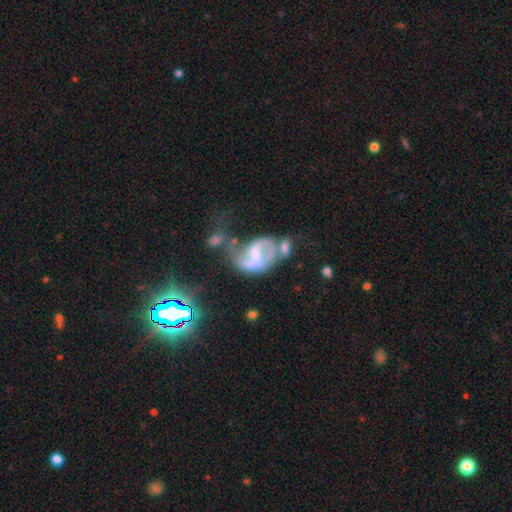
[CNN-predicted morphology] A featured or disk galaxy (73%) with a weak bar (46%), 2 (65%) loose (44%) spiral arms (77%) and a small central bulge (45%).

Vote fractions:
- Smooth or featured? featured or disk: 73% / smooth: 18% / star or artifact: 9%
- Edge-on disk? no: 98% / yes: 2%
- Bar? weak: 46% / no: 35% / strong: 19%
- Spiral arms? yes: 77% / no: 23%
- Spiral winding? loose: 44% / medium: 40% / tight: 16%
- Spiral arm count? 2: 65% / 1: 18% / can't tell: 13% / 3: 2% / 4: 1% / more than 4: 1%
- Bulge size? small: 45% / moderate: 40% / none: 10% / large: 4% / dominant: 1%
- Merging? merger: 31% (tied) / major disturbance: 31% (tied) / none: 22% / minor disturbance: 16%